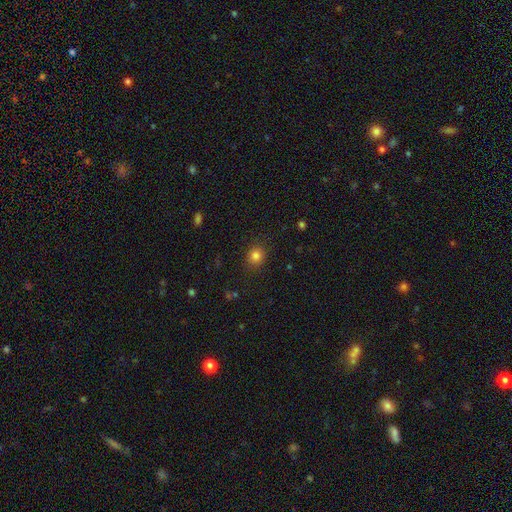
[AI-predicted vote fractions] Smooth or featured: smooth — 82% (star or artifact — 13%)
How rounded: round — 81% (in between — 18%)
Merging: none — 88% (minor disturbance — 8%)